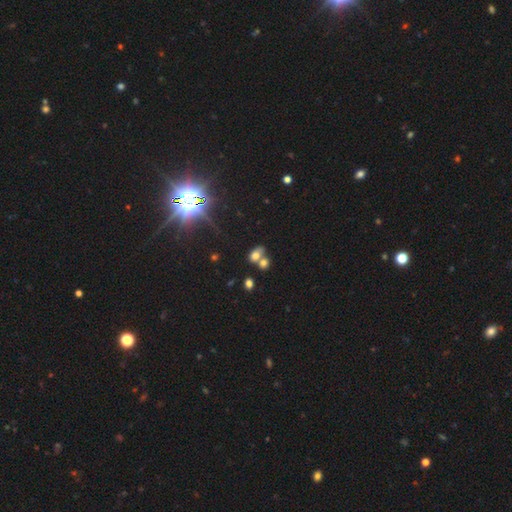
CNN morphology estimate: Smooth or featured: smooth — 67% (featured or disk — 17%)
How rounded: in between — 72% (round — 26%)
Merging: merger — 55% (none — 32%)